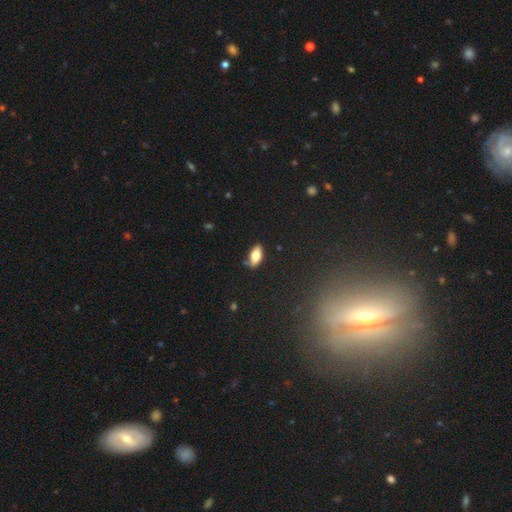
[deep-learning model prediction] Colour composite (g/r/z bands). It shows a smooth galaxy with no disk features (72%) that is in between round and cigar-shaped (85%). Merging: none (71%).